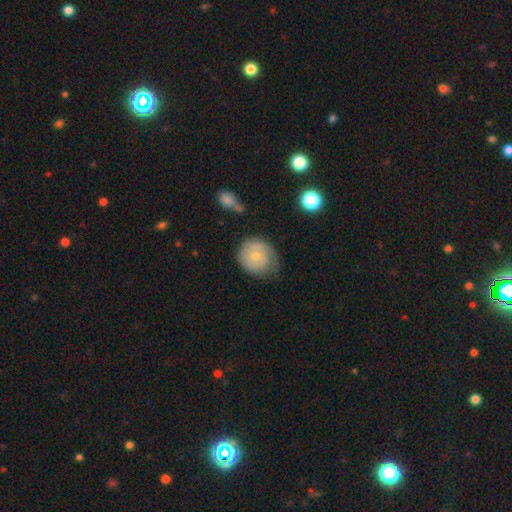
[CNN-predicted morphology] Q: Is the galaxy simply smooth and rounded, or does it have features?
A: smooth — 47%.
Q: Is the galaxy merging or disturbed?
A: none — 57%.